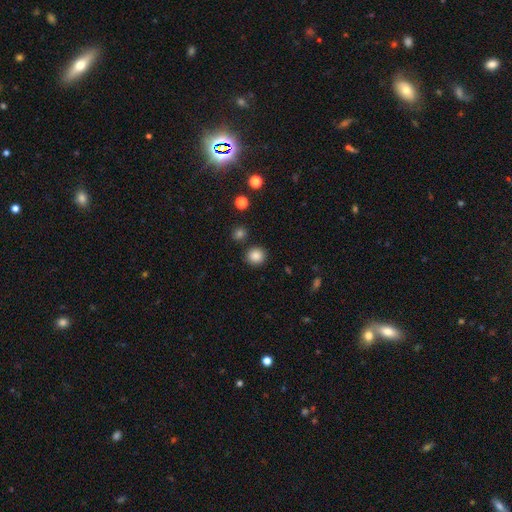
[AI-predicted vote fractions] smooth 86%, star or artifact 10%, featured or disk 4%. Down the decision tree: how rounded — round (91%); merging — none (88%).